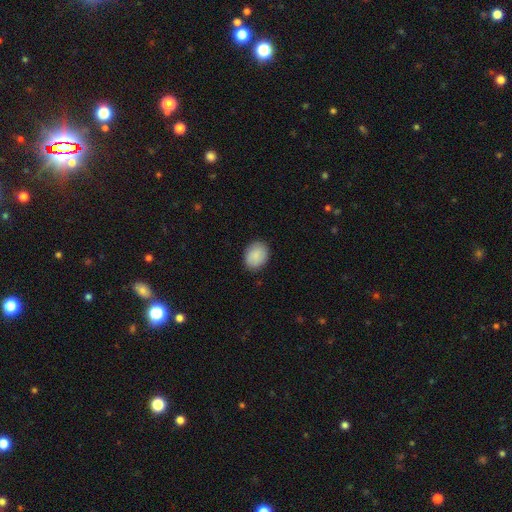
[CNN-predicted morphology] The model was most divided on "how rounded": in between: 58%, round: 41%, cigar-shaped: 1%. More confident: smooth or featured — smooth (89%); merging — none (87%).